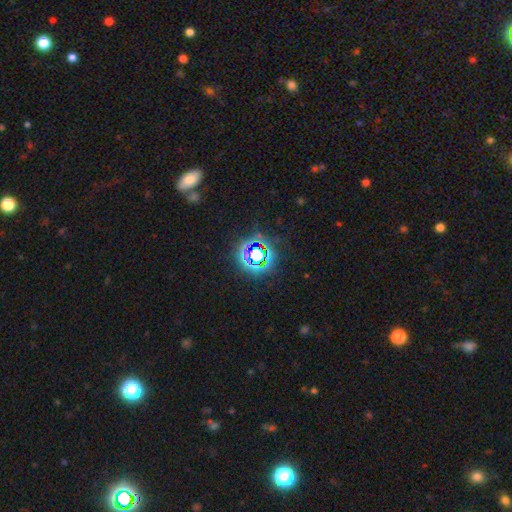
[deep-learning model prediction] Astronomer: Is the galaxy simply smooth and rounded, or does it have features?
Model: star or artifact — 74%.